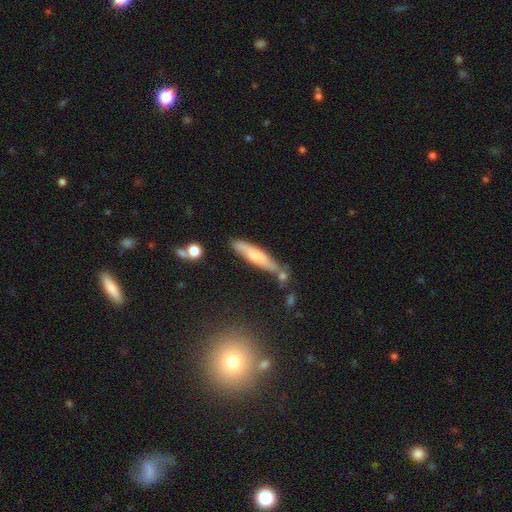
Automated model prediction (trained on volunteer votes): A smooth galaxy with no disk features (61%) that is cigar-shaped (83%).

Vote fractions:
- Smooth or featured? smooth: 61% / featured or disk: 32% / star or artifact: 6%
- How rounded? cigar-shaped: 83% / in between: 15% / round: 2%
- Merging? none: 66% / minor disturbance: 18% / merger: 11% / major disturbance: 4%